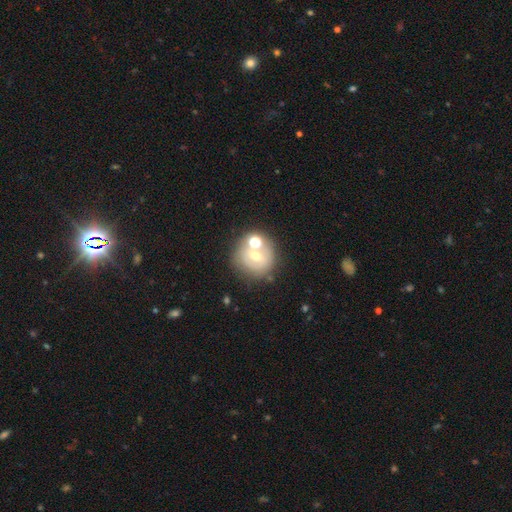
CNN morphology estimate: A smooth galaxy with no disk features (47%).

Vote fractions:
- Smooth or featured? smooth: 47% / featured or disk: 39% / star or artifact: 14%
- Merging? none: 55% / merger: 25% / minor disturbance: 13% / major disturbance: 7%